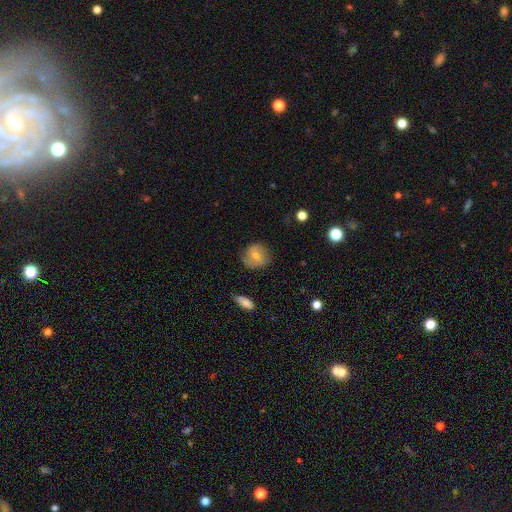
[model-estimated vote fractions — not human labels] smooth-or-featured: smooth: 56% | featured or disk: 36% | star or artifact: 8%
  how-rounded: round: 77% | in between: 22% | cigar-shaped: 1%
  merging: none: 69% | minor disturbance: 22% | major disturbance: 7% | merger: 2%